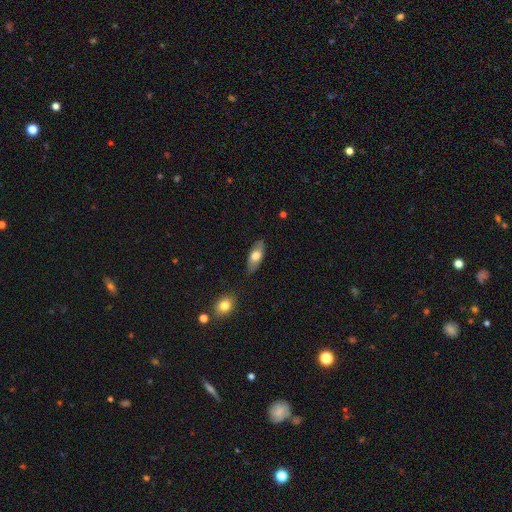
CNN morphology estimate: The model was most divided on "smooth or featured": smooth: 65%, featured or disk: 29%, star or artifact: 6%. More confident: merging — none (83%); how rounded — in between (82%).